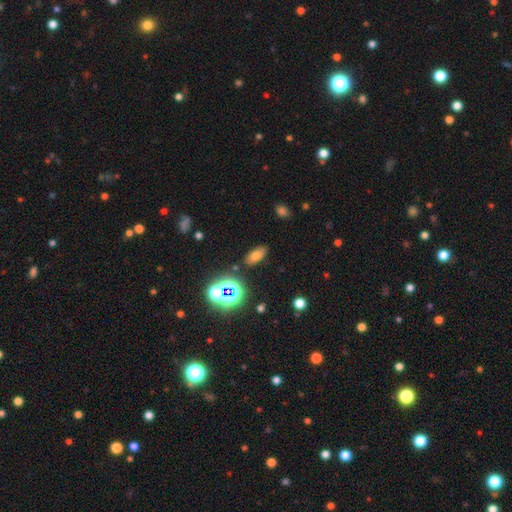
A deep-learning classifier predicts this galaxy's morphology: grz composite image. It shows a smooth galaxy with no disk features (65%) that is in between round and cigar-shaped (85%). Merging: none (85%).